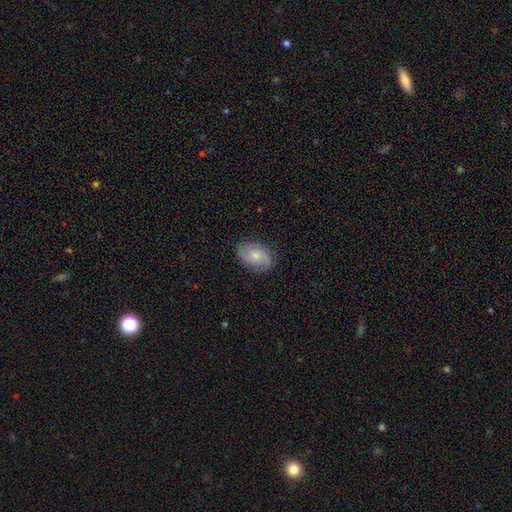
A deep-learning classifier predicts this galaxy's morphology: smooth 54%, featured or disk 38%, star or artifact 8%. Down the decision tree: how rounded — in between (86%); merging — none (80%).